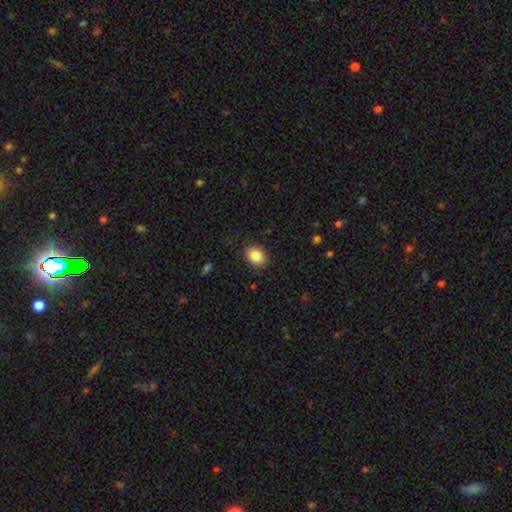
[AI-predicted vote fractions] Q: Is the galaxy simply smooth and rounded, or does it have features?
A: smooth — 87%.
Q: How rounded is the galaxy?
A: in between — 55%.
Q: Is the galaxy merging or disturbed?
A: none — 88%.